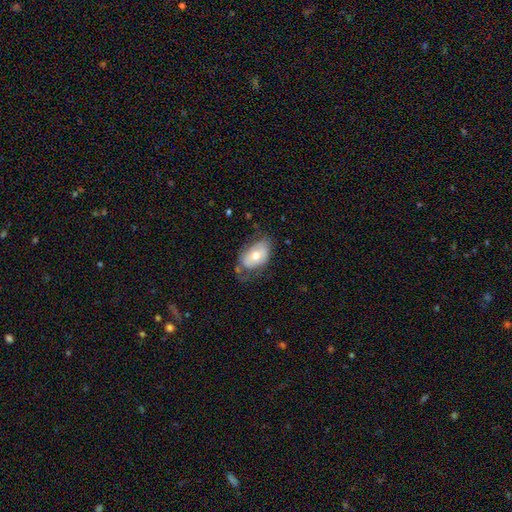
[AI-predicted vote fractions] Q: Smooth or featured?
A: smooth (58%); runner-up: featured or disk (35%)
Q: How rounded?
A: in between (90%); runner-up: round (8%)
Q: Merging?
A: none (50%); runner-up: minor disturbance (32%)